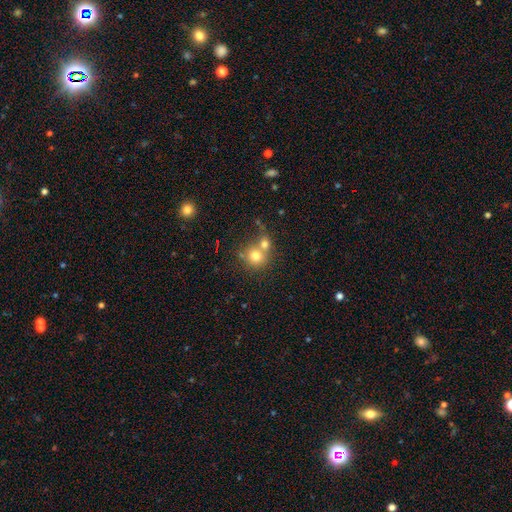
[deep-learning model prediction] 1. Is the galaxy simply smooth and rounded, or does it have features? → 74% smooth, 14% featured or disk, 12% star or artifact.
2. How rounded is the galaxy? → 85% round, 14% in between, 1% cigar-shaped.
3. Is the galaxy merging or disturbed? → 53% merger, 36% none, 7% minor disturbance, 4% major disturbance.